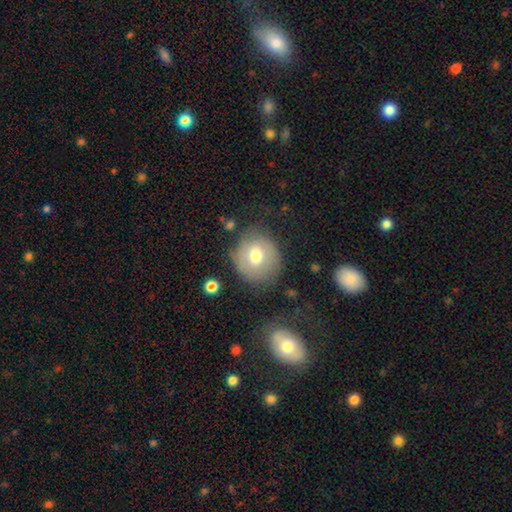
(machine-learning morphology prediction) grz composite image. It shows a smooth galaxy with no disk features (67%) that is round (77%). Merging: none (68%).